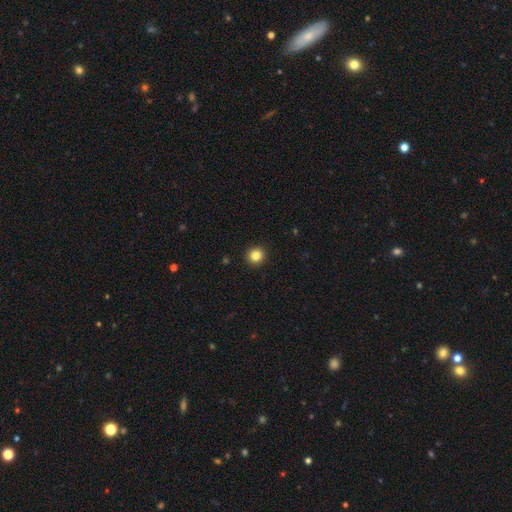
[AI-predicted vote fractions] Smooth or featured?
  - smooth: 84% *
  - star or artifact: 11%
  - featured or disk: 5%
How rounded?
  - round: 92% *
  - in between: 7%
  - cigar-shaped: 1%
Merging?
  - none: 93% *
  - minor disturbance: 4%
  - major disturbance: 2%
  - merger: 1%